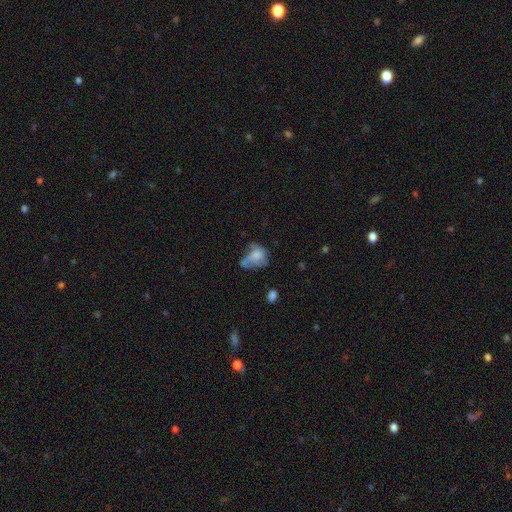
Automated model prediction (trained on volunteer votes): Overall: smooth (56%; featured or disk 33%). How rounded: in between (67%; round 31%). Merging: major disturbance (37%; minor disturbance 26%).